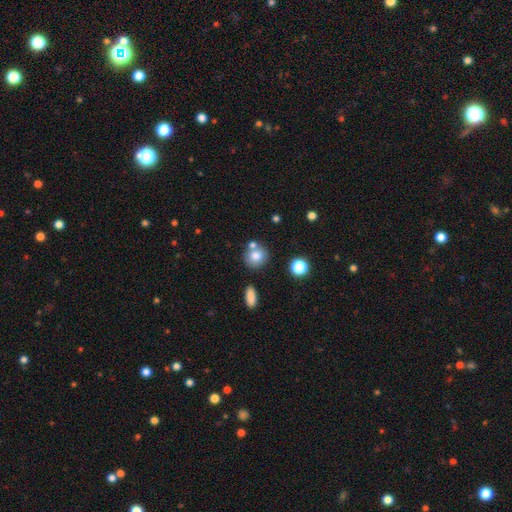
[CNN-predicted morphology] smooth-or-featured: smooth: 77% | featured or disk: 12% | star or artifact: 11%
  how-rounded: round: 77% | in between: 22% | cigar-shaped: 1%
  merging: none: 60% | merger: 25% | minor disturbance: 12% | major disturbance: 4%